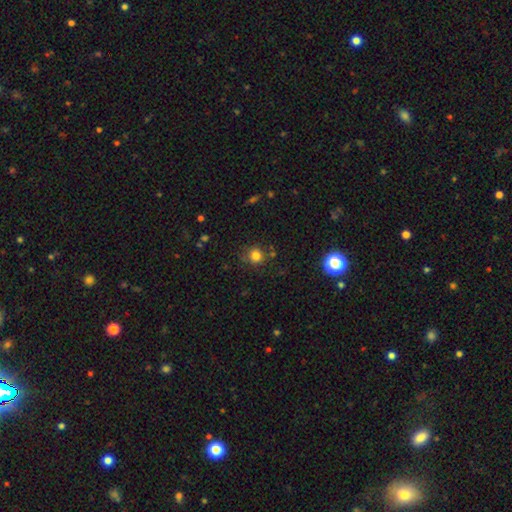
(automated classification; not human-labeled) Q: Smooth or featured?
A: smooth (80%); runner-up: star or artifact (14%)
Q: How rounded?
A: round (89%); runner-up: in between (10%)
Q: Merging?
A: none (78%); runner-up: minor disturbance (13%)